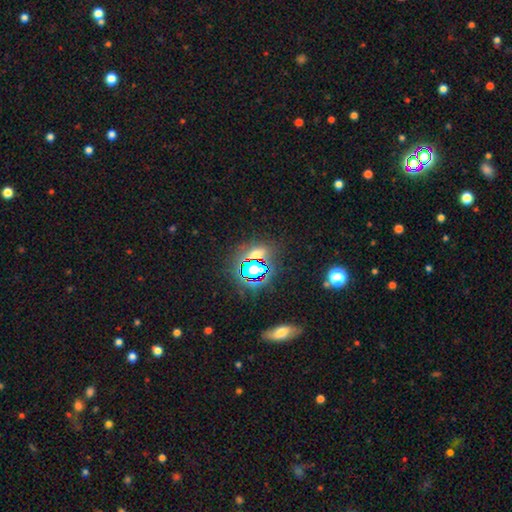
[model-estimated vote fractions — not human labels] Smooth or featured? Predicted: star or artifact (p=0.63).